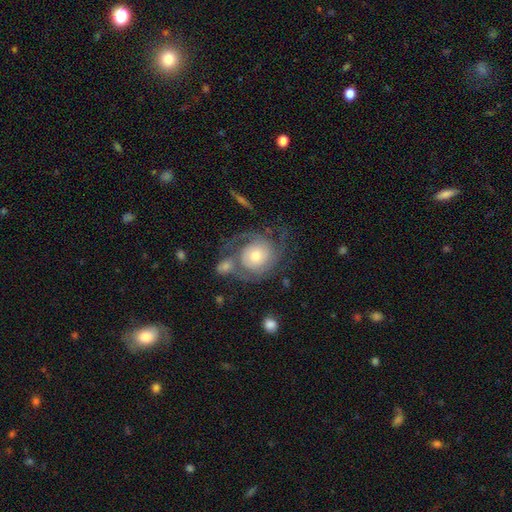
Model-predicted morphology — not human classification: type=featured or disk (76%); edge-on=no (97%); bar=no (79%); spiral arms=yes (91%); winding=tight (55%); arm count=2 (48%); bulge=moderate (60%); merging=none (48%).